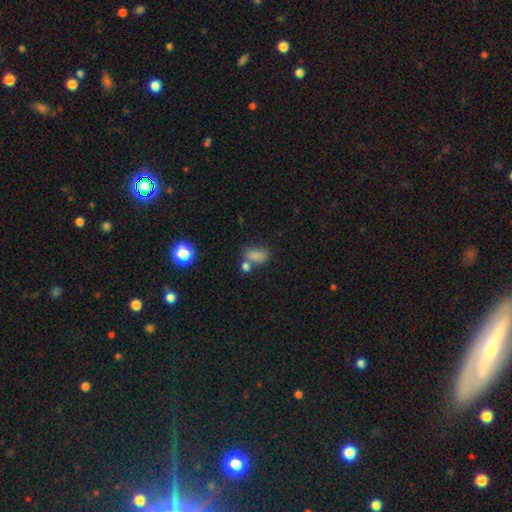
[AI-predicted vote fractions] smooth_or_featured: smooth (p=0.79) [alt: star or artifact p=0.13]
how_rounded: in between (p=0.80) [alt: round p=0.17]
merging: none (p=0.47) [alt: merger p=0.28]